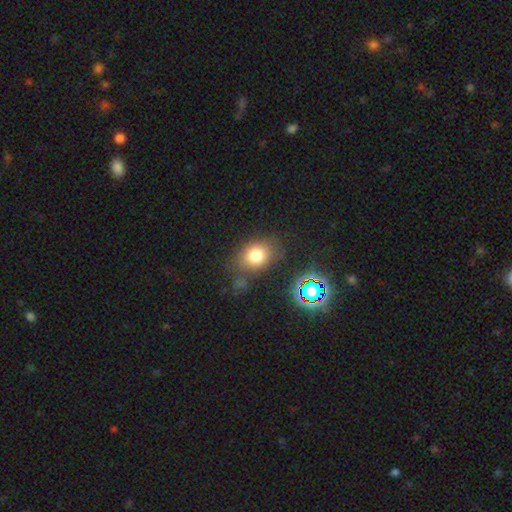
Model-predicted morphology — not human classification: smooth 76%, star or artifact 15%, featured or disk 10%. Down the decision tree: how rounded — in between (57%); merging — none (72%).